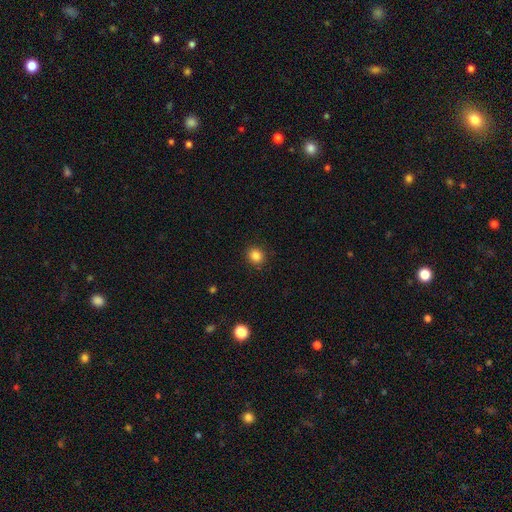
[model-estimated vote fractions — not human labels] A smooth galaxy with no disk features (85%) that is round (81%). Merging: none (90%).